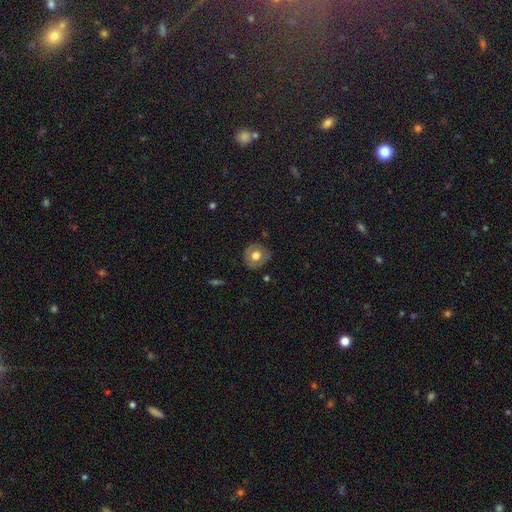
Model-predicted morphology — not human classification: smooth_or_featured: smooth (p=0.63) [alt: featured or disk p=0.28]
how_rounded: round (p=0.87) [alt: in between p=0.12]
merging: none (p=0.81) [alt: minor disturbance p=0.14]